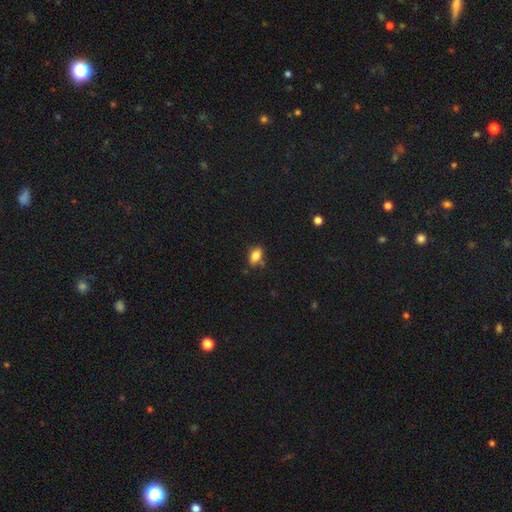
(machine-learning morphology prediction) Smooth or featured: smooth — 81% (featured or disk — 10%)
How rounded: in between — 86% (round — 10%)
Merging: none — 74% (minor disturbance — 18%)